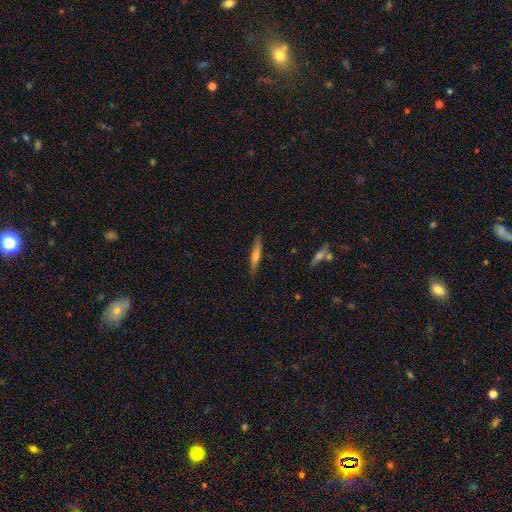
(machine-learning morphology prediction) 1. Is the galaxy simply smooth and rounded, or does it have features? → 47% smooth, 46% featured or disk, 6% star or artifact.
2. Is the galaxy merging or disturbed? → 87% none, 10% minor disturbance, 2% major disturbance, 1% merger.